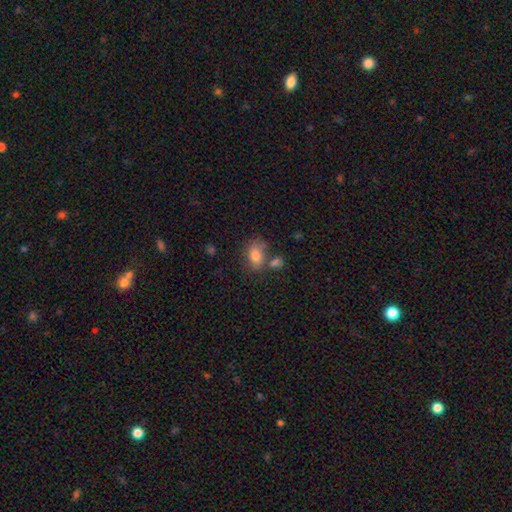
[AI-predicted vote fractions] smooth 78%, featured or disk 13%, star or artifact 9%. Down the decision tree: how rounded — in between (81%); merging — none (53%).